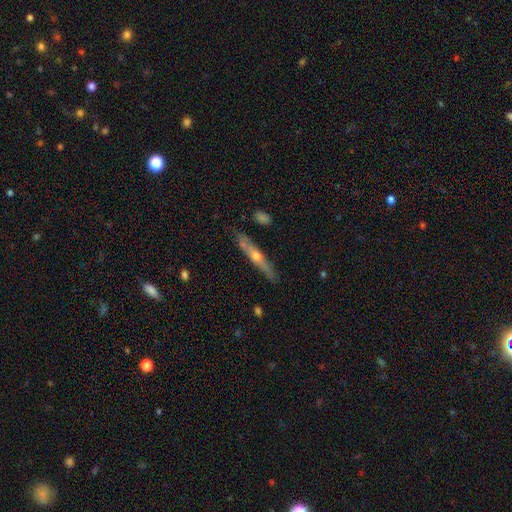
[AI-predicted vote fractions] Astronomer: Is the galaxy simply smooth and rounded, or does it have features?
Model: featured or disk — 68%.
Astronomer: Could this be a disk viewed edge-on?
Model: yes — 93%.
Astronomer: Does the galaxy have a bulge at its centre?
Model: rounded — 85%.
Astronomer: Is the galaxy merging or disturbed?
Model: none — 83%.